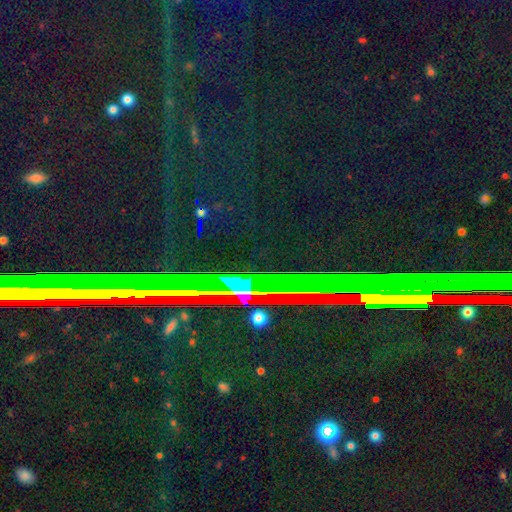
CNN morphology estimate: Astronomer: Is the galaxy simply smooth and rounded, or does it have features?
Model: star or artifact — 83%.